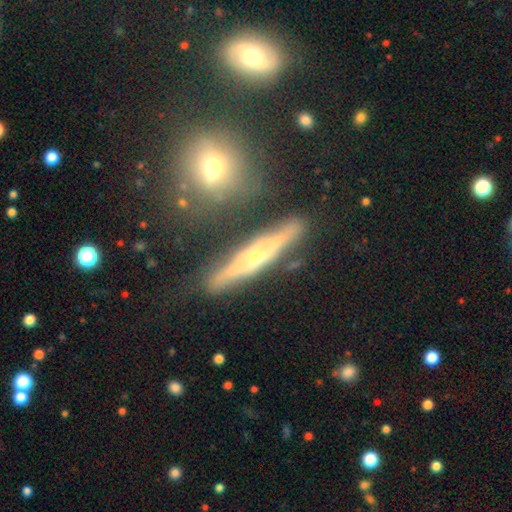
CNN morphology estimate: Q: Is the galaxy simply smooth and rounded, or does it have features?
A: featured or disk — 71%.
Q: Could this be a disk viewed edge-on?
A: yes — 85%.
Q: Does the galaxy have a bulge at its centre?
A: rounded — 69%.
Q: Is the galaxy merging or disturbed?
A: none — 77%.